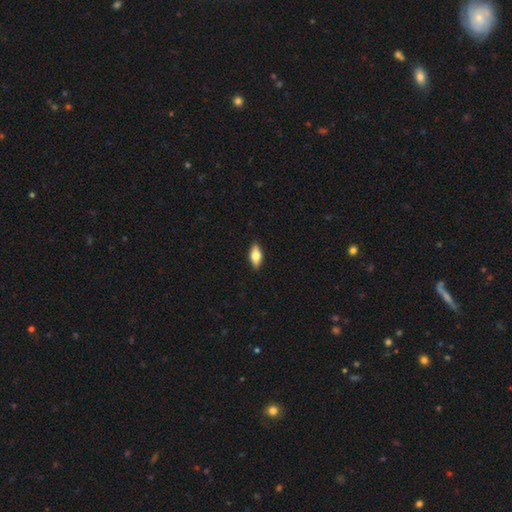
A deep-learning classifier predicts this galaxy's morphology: Smooth or featured: smooth — 62% (featured or disk — 32%)
How rounded: in between — 79% (cigar-shaped — 18%)
Merging: none — 89% (minor disturbance — 8%)